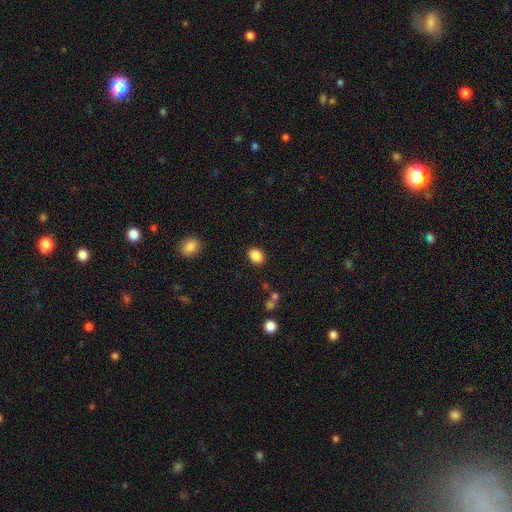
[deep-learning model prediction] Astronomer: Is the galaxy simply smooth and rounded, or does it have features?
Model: smooth — 86%.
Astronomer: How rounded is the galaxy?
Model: in between — 61% (runner-up: round, 38%).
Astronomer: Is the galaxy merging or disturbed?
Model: none — 87%.